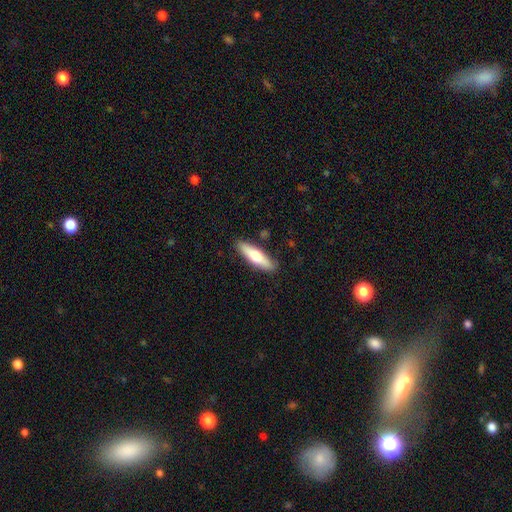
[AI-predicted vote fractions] Overall: smooth (63%; featured or disk 32%). How rounded: cigar-shaped (67%; in between 32%). Merging: none (87%).